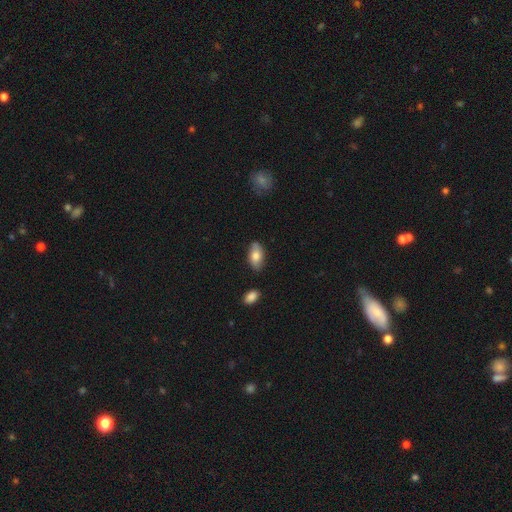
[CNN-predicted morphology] smooth-or-featured: smooth: 76% | featured or disk: 17% | star or artifact: 7%
  how-rounded: in between: 93% | round: 4% | cigar-shaped: 4%
  merging: none: 82% | minor disturbance: 14% | major disturbance: 2% | merger: 2%